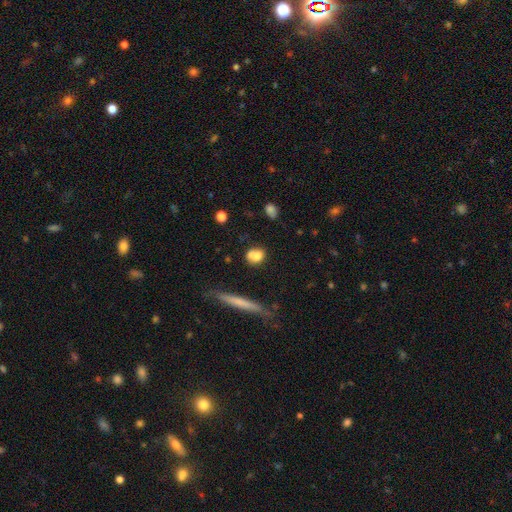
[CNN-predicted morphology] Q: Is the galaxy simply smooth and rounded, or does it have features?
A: smooth — 72%.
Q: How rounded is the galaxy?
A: round — 58%.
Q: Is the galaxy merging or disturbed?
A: none — 51%.